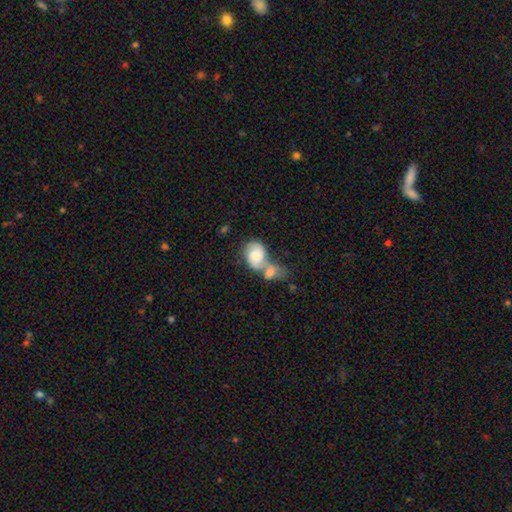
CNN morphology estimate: Smooth or featured?
  - smooth: 54% *
  - featured or disk: 39%
  - star or artifact: 7%
How rounded?
  - in between: 64% *
  - round: 34%
  - cigar-shaped: 2%
Merging?
  - merger: 67% *
  - none: 17%
  - minor disturbance: 9%
  - major disturbance: 7%